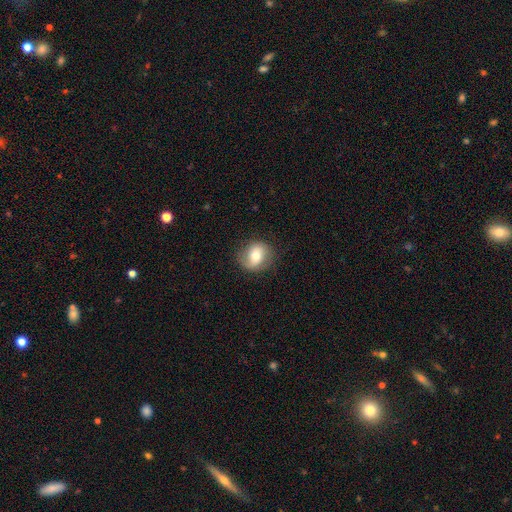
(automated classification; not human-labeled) Morphology: type=smooth (57%); roundness=round (68%); merging=none (78%).